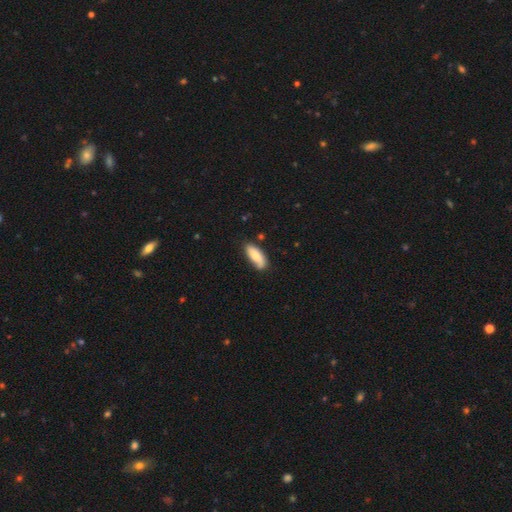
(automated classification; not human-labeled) Q: Smooth or featured?
A: smooth (78%); runner-up: featured or disk (16%)
Q: How rounded?
A: in between (71%); runner-up: cigar-shaped (27%)
Q: Merging?
A: none (65%); runner-up: minor disturbance (25%)